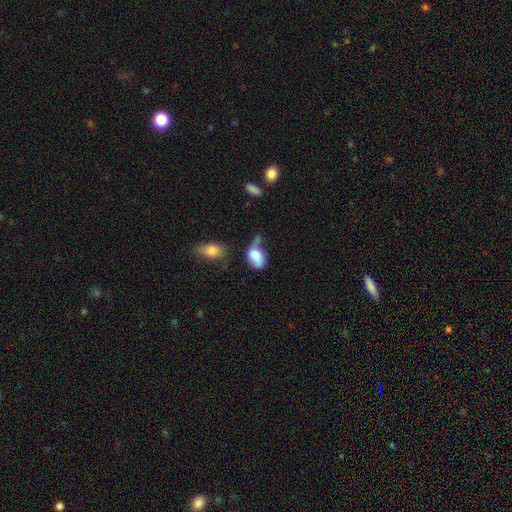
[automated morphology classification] A smooth galaxy with no disk features (72%) that is in between round and cigar-shaped (80%).

Vote fractions:
- Smooth or featured? smooth: 72% / featured or disk: 19% / star or artifact: 8%
- How rounded? in between: 80% / round: 18% / cigar-shaped: 2%
- Merging? minor disturbance: 28% / none: 26% / major disturbance: 24% / merger: 21%